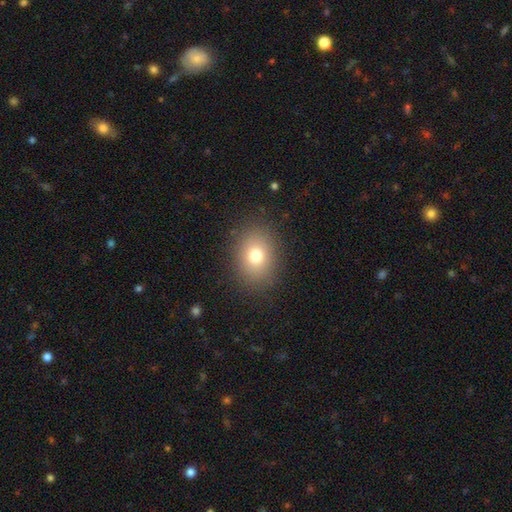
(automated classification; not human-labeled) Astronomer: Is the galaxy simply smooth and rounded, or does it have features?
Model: smooth — 77%.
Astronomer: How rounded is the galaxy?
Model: in between — 57% (runner-up: round, 43%).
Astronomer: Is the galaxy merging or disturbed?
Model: none — 87%.